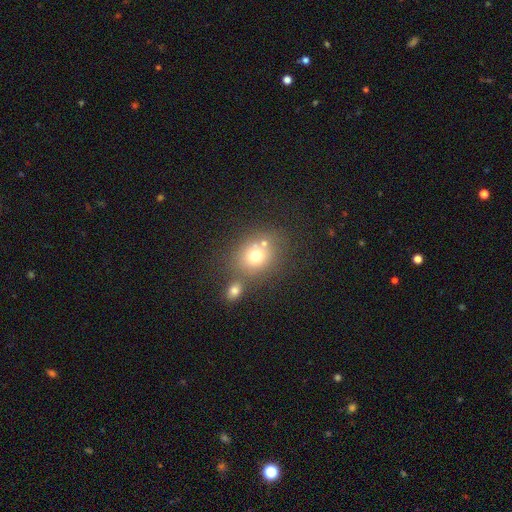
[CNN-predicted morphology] Smooth or featured? Predicted: smooth (p=0.69). How rounded? Predicted: round (p=0.68). Merging? Predicted: none (p=0.54).